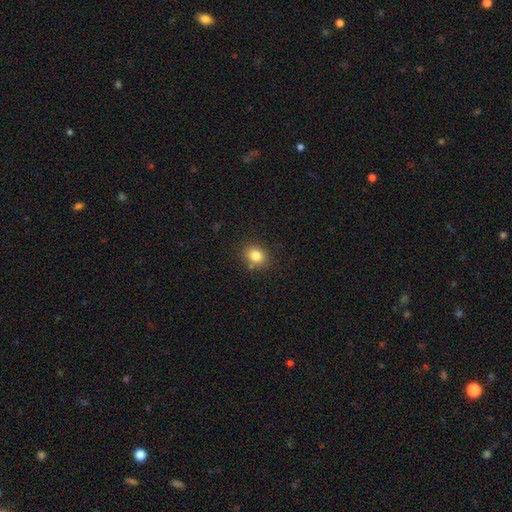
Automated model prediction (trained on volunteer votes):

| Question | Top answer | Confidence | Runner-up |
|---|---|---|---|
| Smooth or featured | smooth | 82% | star or artifact (10%) |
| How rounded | in between | 51% | round (48%) |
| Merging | none | 80% | minor disturbance (11%) |